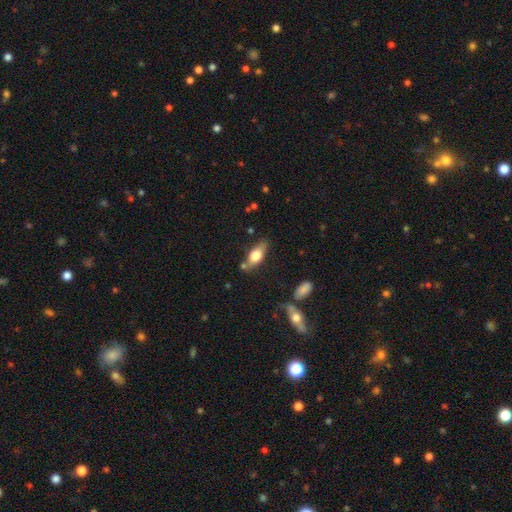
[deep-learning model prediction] Smooth or featured? smooth (64%)
How rounded? in between (77%)
Merging? none (69%)